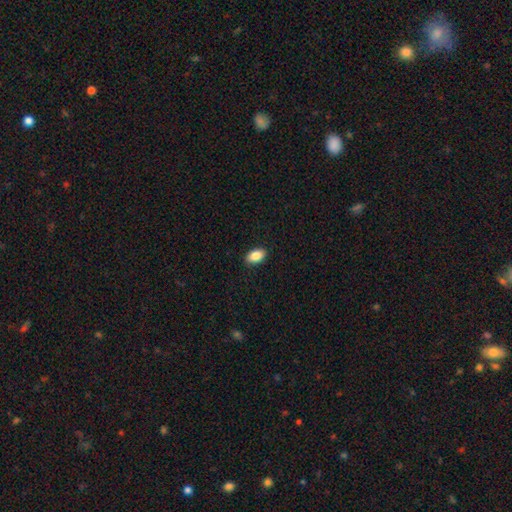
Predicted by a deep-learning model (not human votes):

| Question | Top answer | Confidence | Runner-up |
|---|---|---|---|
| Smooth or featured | smooth | 87% | star or artifact (7%) |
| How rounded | in between | 92% | round (6%) |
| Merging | none | 90% | minor disturbance (7%) |